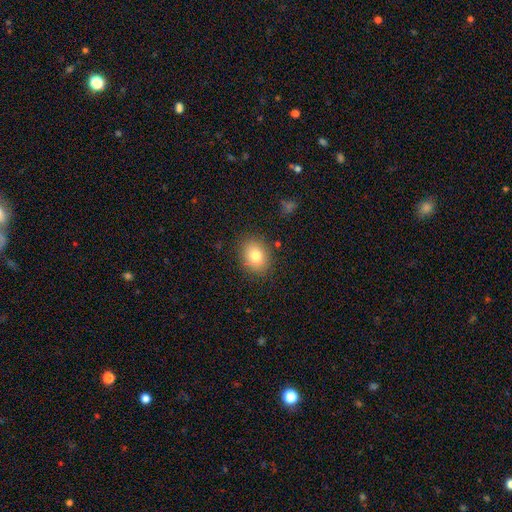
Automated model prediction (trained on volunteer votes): smooth_or_featured: smooth (p=0.79) [alt: featured or disk p=0.11]
how_rounded: in between (p=0.53) [alt: round p=0.46]
merging: none (p=0.83) [alt: minor disturbance p=0.12]